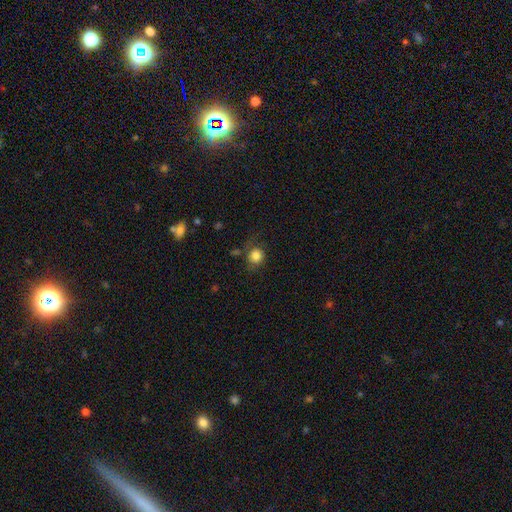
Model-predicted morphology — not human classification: The model was most divided on "merging": none: 63%, minor disturbance: 22%, major disturbance: 11%, merger: 4%. More confident: smooth or featured — smooth (82%); how rounded — round (77%).